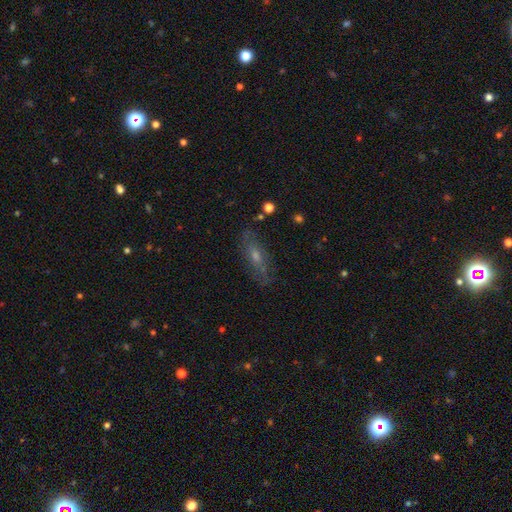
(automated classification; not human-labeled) Q: Smooth or featured?
A: featured or disk (43%); runner-up: smooth (35%)
Q: Merging?
A: none (77%); runner-up: minor disturbance (14%)